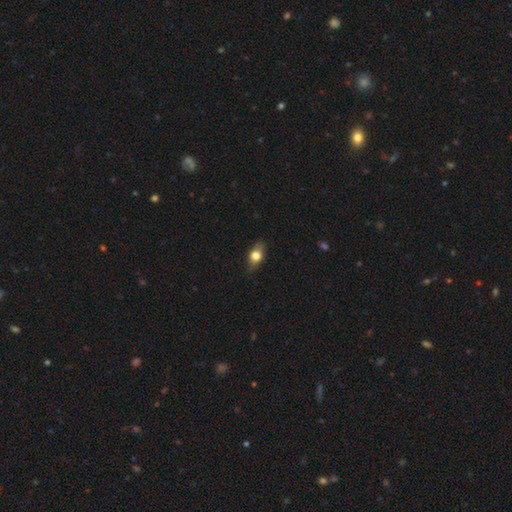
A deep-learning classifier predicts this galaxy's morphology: Q: Smooth or featured?
A: smooth (66%); runner-up: featured or disk (26%)
Q: How rounded?
A: in between (74%); runner-up: round (17%)
Q: Merging?
A: none (80%); runner-up: minor disturbance (16%)